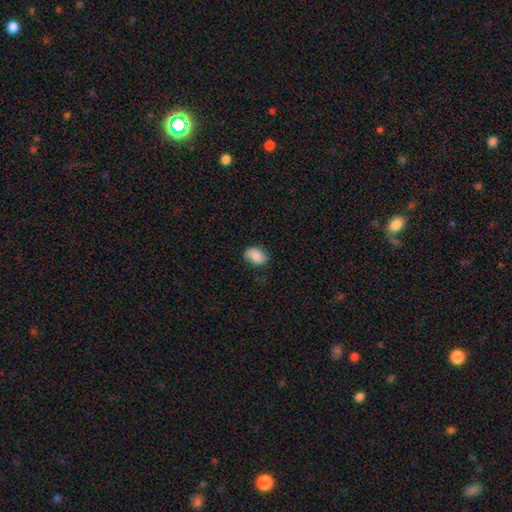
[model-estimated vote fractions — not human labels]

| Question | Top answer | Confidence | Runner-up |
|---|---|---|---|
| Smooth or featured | smooth | 84% | featured or disk (8%) |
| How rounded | in between | 88% | round (11%) |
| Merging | none | 73% | minor disturbance (21%) |